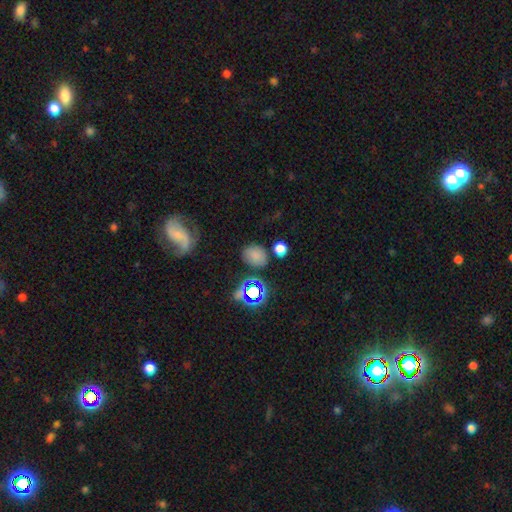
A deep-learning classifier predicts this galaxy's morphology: Smooth or featured: smooth — 73% (star or artifact — 20%)
How rounded: round — 55% (in between — 44%)
Merging: none — 75% (minor disturbance — 14%)